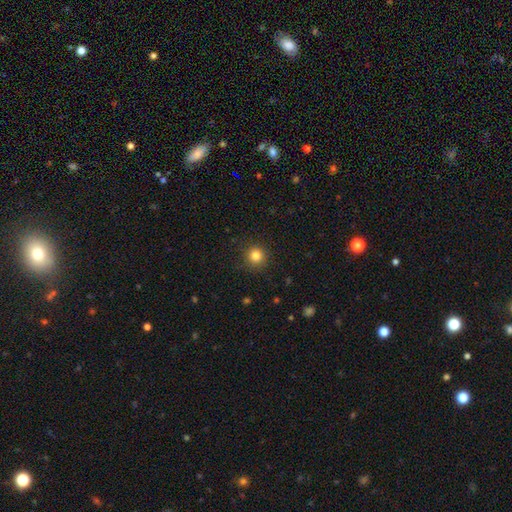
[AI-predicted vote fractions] The model was most divided on "smooth or featured": smooth: 82%, star or artifact: 13%, featured or disk: 5%. More confident: how rounded — round (94%); merging — none (90%).